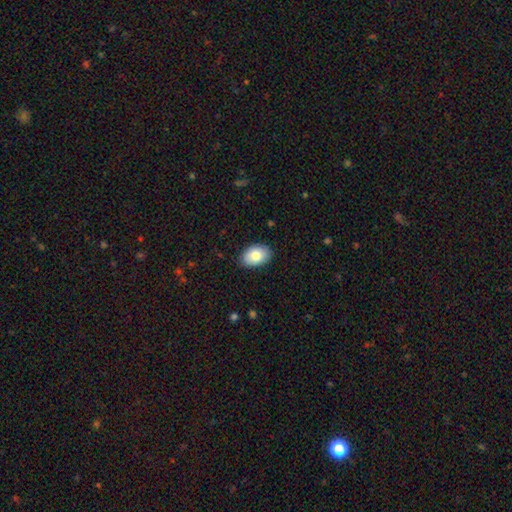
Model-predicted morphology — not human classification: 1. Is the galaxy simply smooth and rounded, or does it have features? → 82% smooth, 11% featured or disk, 7% star or artifact.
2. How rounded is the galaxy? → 88% in between, 11% round, 1% cigar-shaped.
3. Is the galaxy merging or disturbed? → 87% none, 11% minor disturbance, 2% major disturbance, 1% merger.